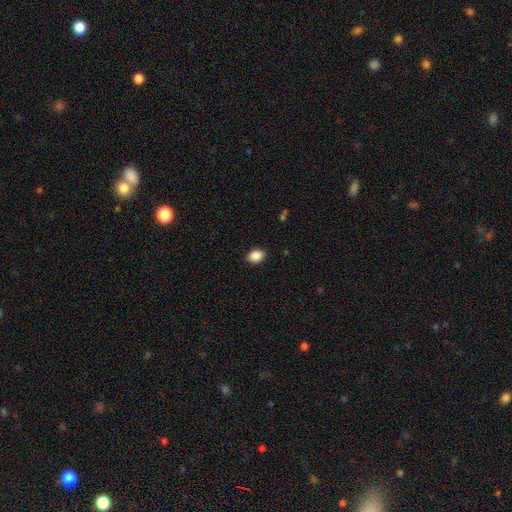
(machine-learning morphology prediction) Overall: smooth (89%). How rounded: in between (68%; round 31%). Merging: none (88%).